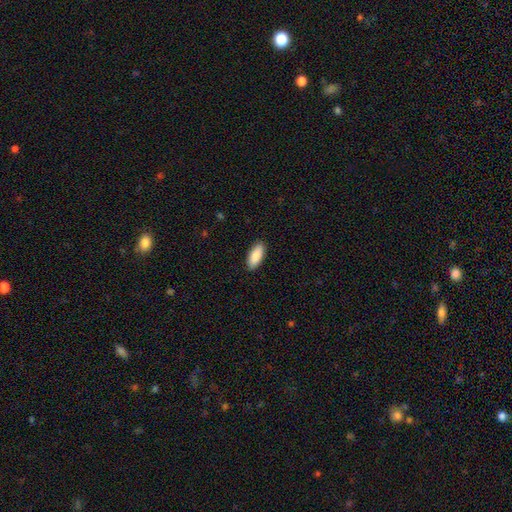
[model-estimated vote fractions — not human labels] Smooth or featured: smooth — 88% (featured or disk — 7%)
How rounded: in between — 84% (cigar-shaped — 15%)
Merging: none — 90% (minor disturbance — 8%)